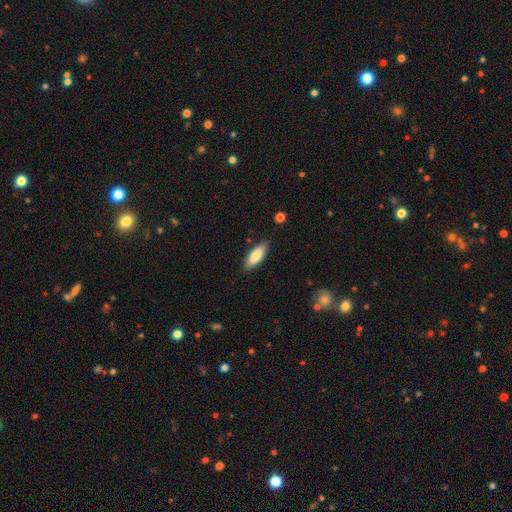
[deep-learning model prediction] smooth_or_featured: smooth (p=0.78) [alt: featured or disk p=0.16]
how_rounded: in between (p=0.65) [alt: cigar-shaped p=0.33]
merging: none (p=0.86) [alt: minor disturbance p=0.10]